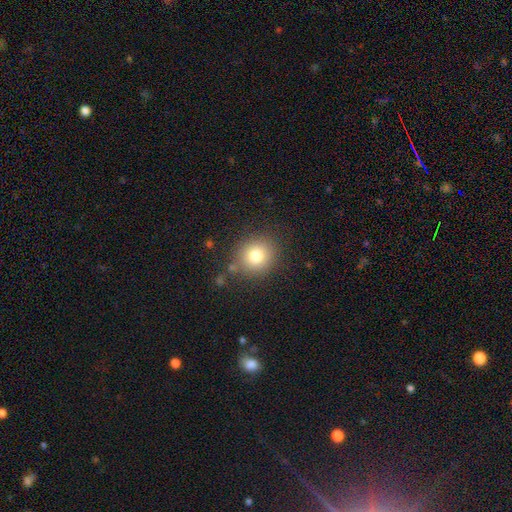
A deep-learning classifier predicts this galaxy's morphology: Smooth or featured: smooth — 79% (star or artifact — 12%)
How rounded: round — 83% (in between — 16%)
Merging: none — 81% (minor disturbance — 11%)